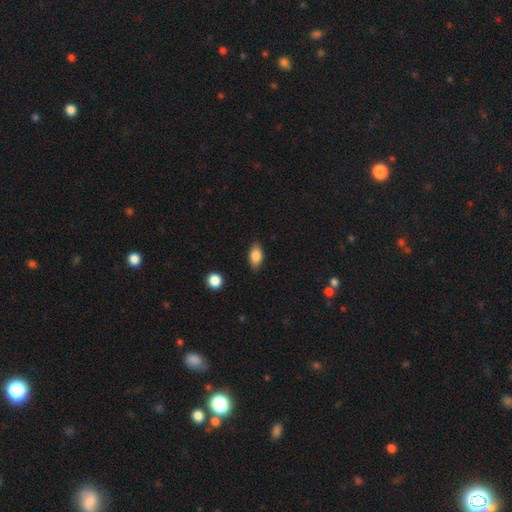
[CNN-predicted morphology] smooth-or-featured: smooth: 84% | featured or disk: 9% | star or artifact: 8%
  how-rounded: in between: 90% | round: 6% | cigar-shaped: 5%
  merging: none: 84% | minor disturbance: 12% | major disturbance: 2% | merger: 1%